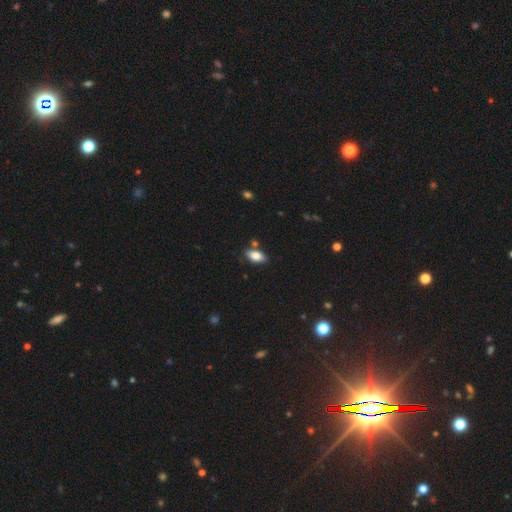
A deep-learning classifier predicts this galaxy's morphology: Smooth or featured?
  - smooth: 79% *
  - featured or disk: 14%
  - star or artifact: 7%
How rounded?
  - in between: 89% *
  - cigar-shaped: 7%
  - round: 4%
Merging?
  - none: 78% *
  - minor disturbance: 13%
  - merger: 6%
  - major disturbance: 3%